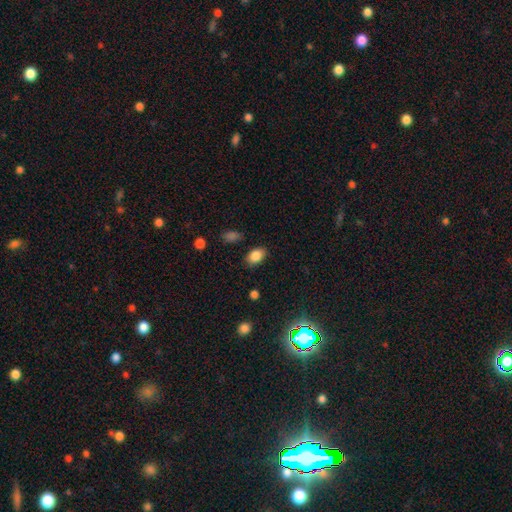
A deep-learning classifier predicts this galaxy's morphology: type=smooth (85%); roundness=in between (83%); merging=none (83%).